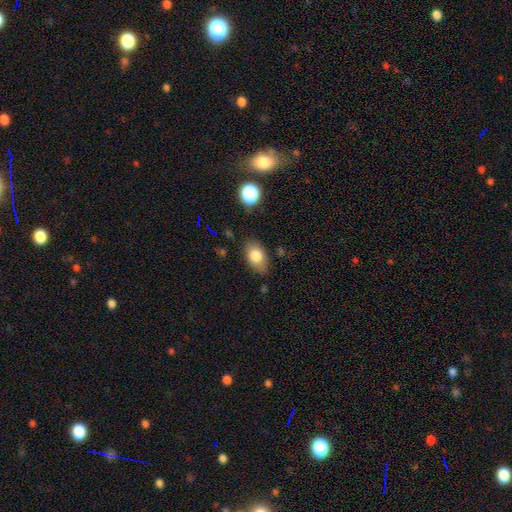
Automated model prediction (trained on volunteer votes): Smooth or featured? smooth (80%)
How rounded? in between (87%)
Merging? none (78%)